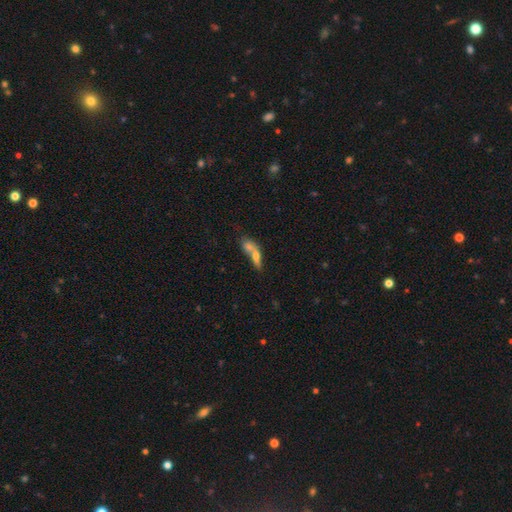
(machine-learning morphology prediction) smooth_or_featured: smooth (p=0.60) [alt: featured or disk p=0.30]
how_rounded: in between (p=0.53) [alt: cigar-shaped p=0.37]
merging: merger (p=0.64) [alt: none p=0.20]